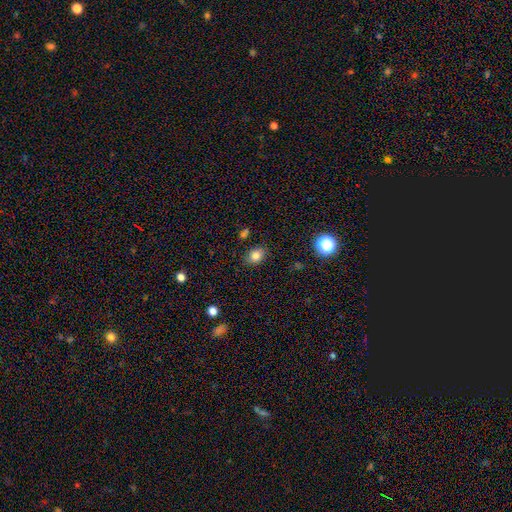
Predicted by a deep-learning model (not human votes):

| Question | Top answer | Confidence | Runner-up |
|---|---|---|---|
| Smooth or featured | smooth | 82% | star or artifact (11%) |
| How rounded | in between | 69% | round (30%) |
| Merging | none | 84% | minor disturbance (11%) |